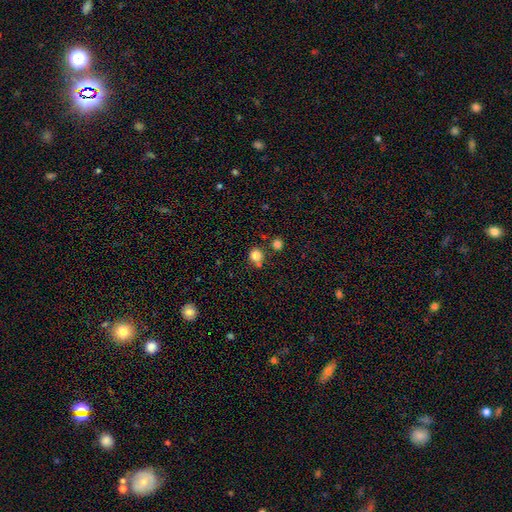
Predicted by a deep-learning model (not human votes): Smooth or featured? Predicted: smooth (p=0.82). How rounded? Predicted: round (p=0.90). Merging? Predicted: none (p=0.68).